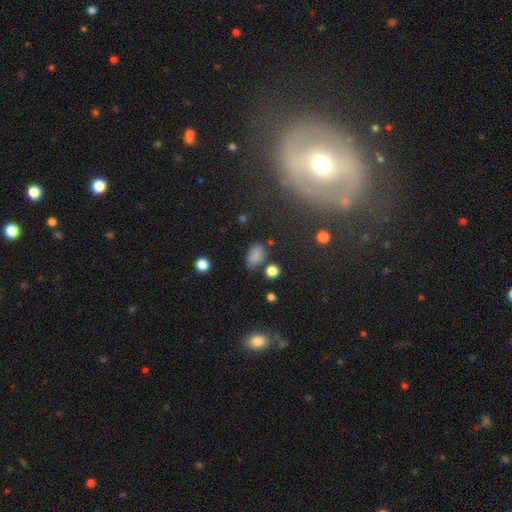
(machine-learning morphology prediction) smooth-or-featured: smooth: 78% | star or artifact: 15% | featured or disk: 8%
  how-rounded: in between: 83% | round: 15% | cigar-shaped: 2%
  merging: none: 59% | minor disturbance: 25% | major disturbance: 8% | merger: 7%